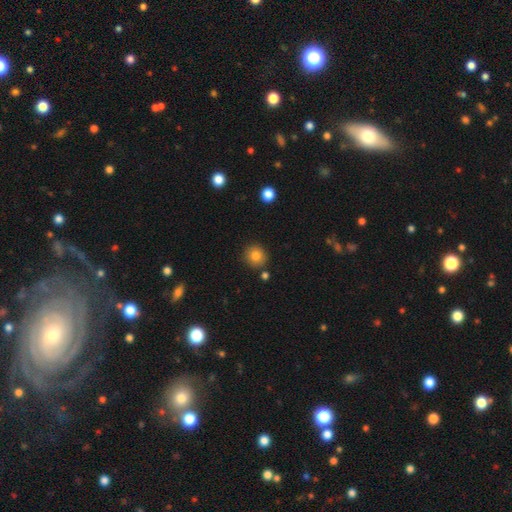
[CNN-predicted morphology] A smooth galaxy with no disk features (83%) that is round (89%). Merging: none (86%).